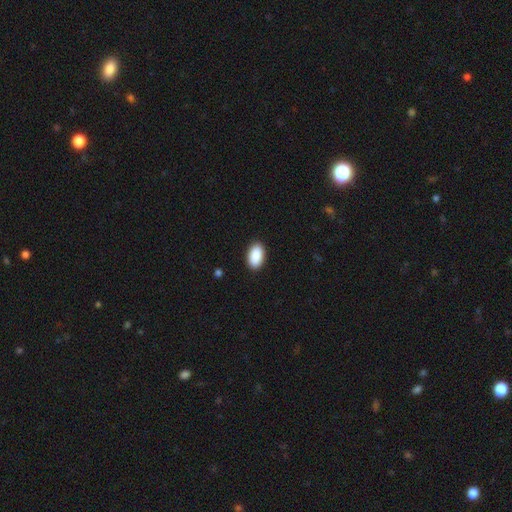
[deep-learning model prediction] Morphology: type=smooth (91%); roundness=in between (95%); merging=none (90%).